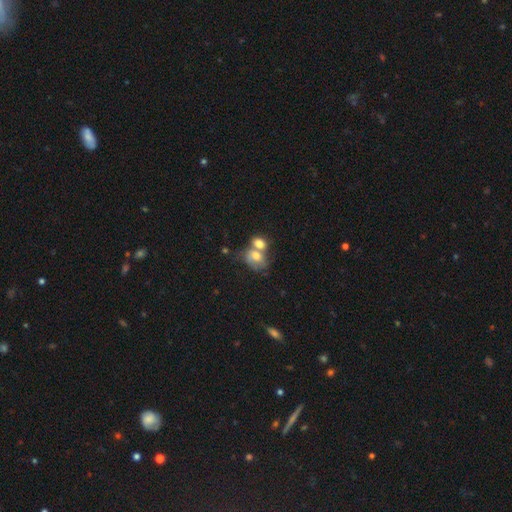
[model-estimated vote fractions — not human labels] Smooth or featured?
  - smooth: 70% *
  - featured or disk: 22%
  - star or artifact: 9%
How rounded?
  - in between: 64% *
  - round: 34%
  - cigar-shaped: 1%
Merging?
  - merger: 67% *
  - none: 18%
  - minor disturbance: 9%
  - major disturbance: 6%